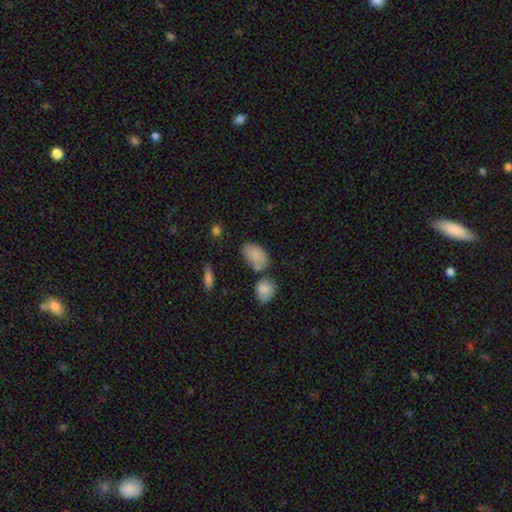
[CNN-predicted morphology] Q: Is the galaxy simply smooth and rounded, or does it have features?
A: smooth — 83%.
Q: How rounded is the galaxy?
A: in between — 90%.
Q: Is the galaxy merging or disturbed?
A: none — 53%.